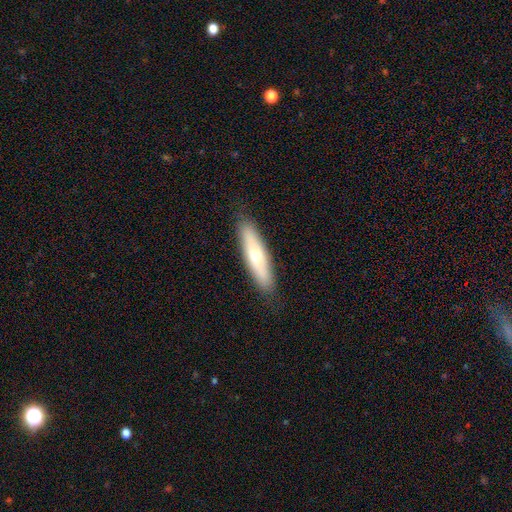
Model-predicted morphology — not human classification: The model was most divided on "smooth or featured": smooth: 56%, featured or disk: 38%, star or artifact: 6%. More confident: merging — none (87%); how rounded — cigar-shaped (70%).